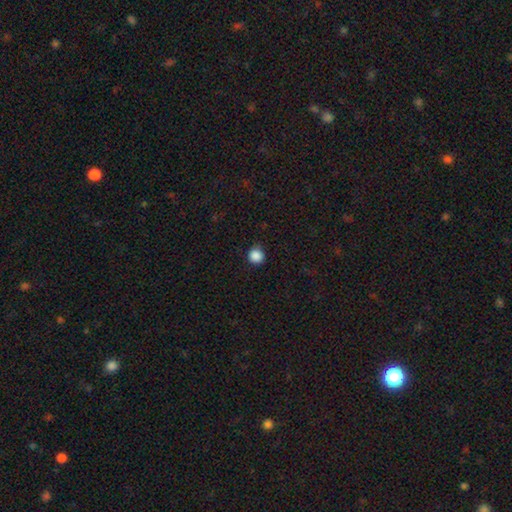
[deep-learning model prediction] Morphology: type=smooth (88%); roundness=round (93%); merging=none (90%).